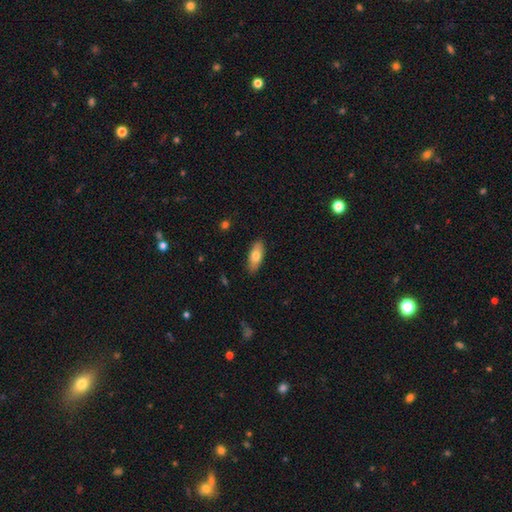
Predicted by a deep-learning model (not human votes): Overall: smooth (74%). How rounded: in between (76%). Merging: none (88%).